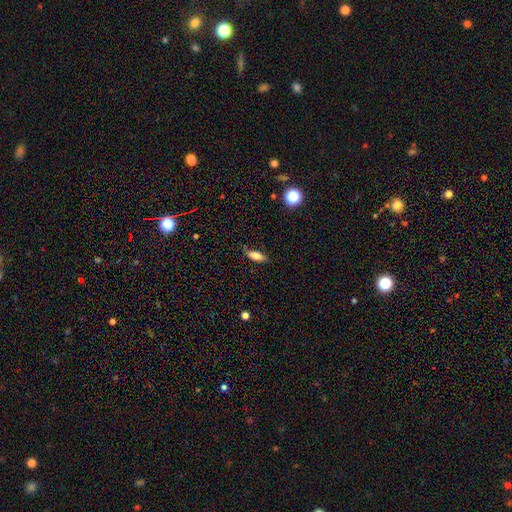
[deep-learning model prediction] smooth_or_featured: smooth (p=0.75) [alt: featured or disk p=0.17]
how_rounded: in between (p=0.62) [alt: cigar-shaped p=0.35]
merging: none (p=0.82) [alt: minor disturbance p=0.13]